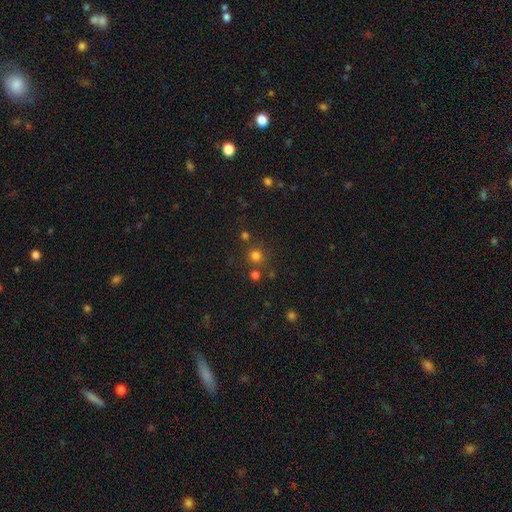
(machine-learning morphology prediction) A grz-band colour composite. It shows a smooth galaxy with no disk features (74%) that is round (91%). Merging: none (77%).